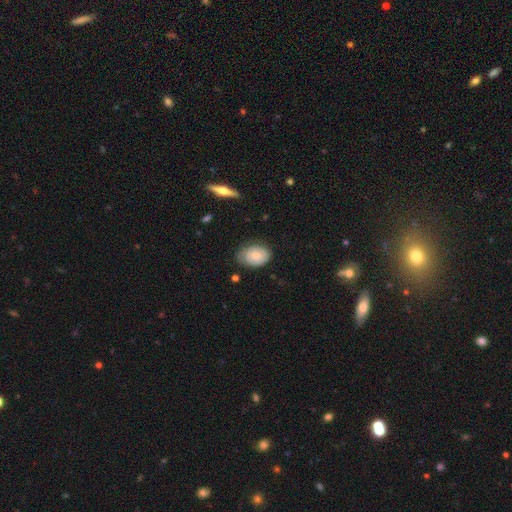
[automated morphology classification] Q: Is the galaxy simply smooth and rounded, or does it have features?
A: smooth — 56%.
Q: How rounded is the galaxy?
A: in between — 80%.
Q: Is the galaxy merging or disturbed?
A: none — 67%.